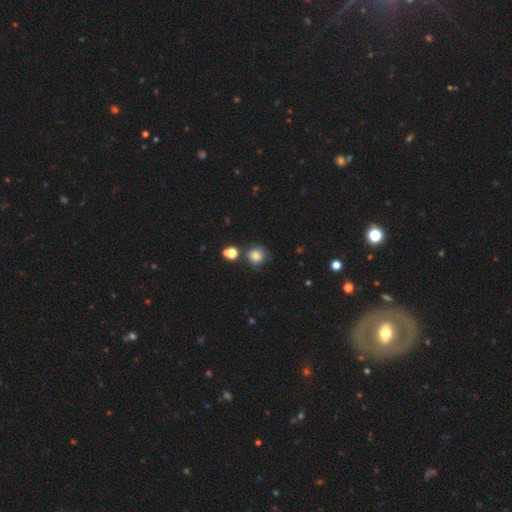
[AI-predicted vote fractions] smooth-or-featured: smooth: 80% | star or artifact: 13% | featured or disk: 7%
  how-rounded: round: 86% | in between: 13% | cigar-shaped: 1%
  merging: none: 71% | minor disturbance: 16% | merger: 9% | major disturbance: 5%